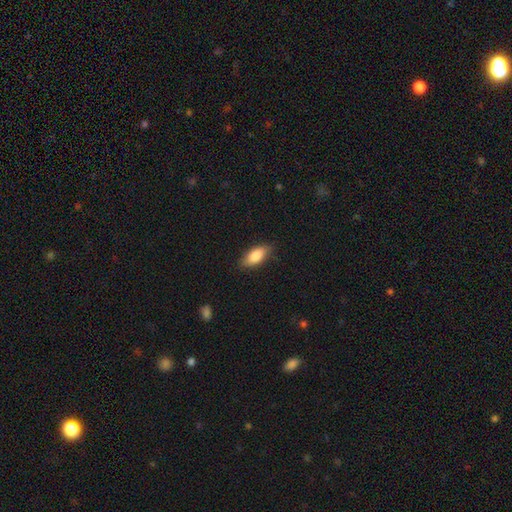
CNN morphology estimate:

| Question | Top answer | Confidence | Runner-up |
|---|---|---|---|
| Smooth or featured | smooth | 84% | featured or disk (10%) |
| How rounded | in between | 85% | cigar-shaped (13%) |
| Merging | none | 81% | minor disturbance (15%) |